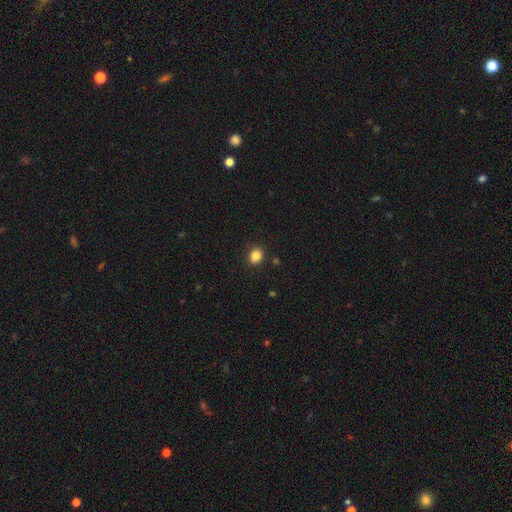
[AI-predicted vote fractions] smooth 84%, star or artifact 11%, featured or disk 5%. Down the decision tree: how rounded — round (54%); merging — none (87%).